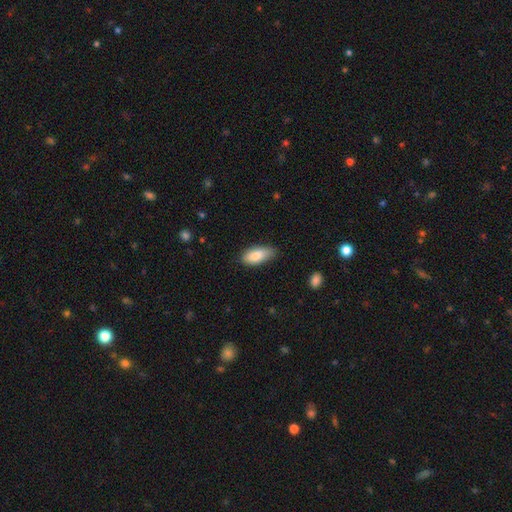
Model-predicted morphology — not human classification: The model was most divided on "merging": none: 73%, minor disturbance: 22%, major disturbance: 3%, merger: 1%. More confident: how rounded — in between (87%); smooth or featured — smooth (85%).